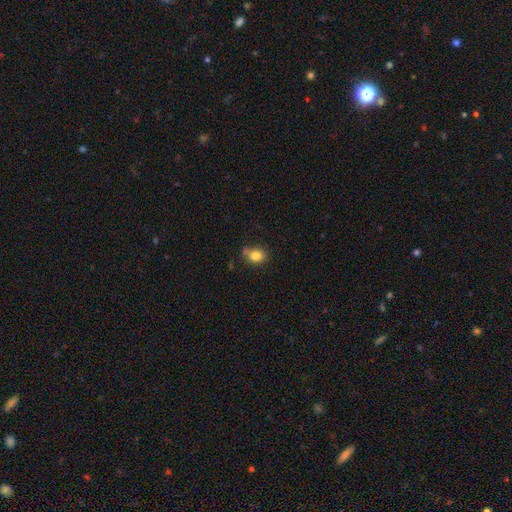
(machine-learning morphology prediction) Smooth or featured? smooth (82%)
How rounded? round (58%)
Merging? none (65%)